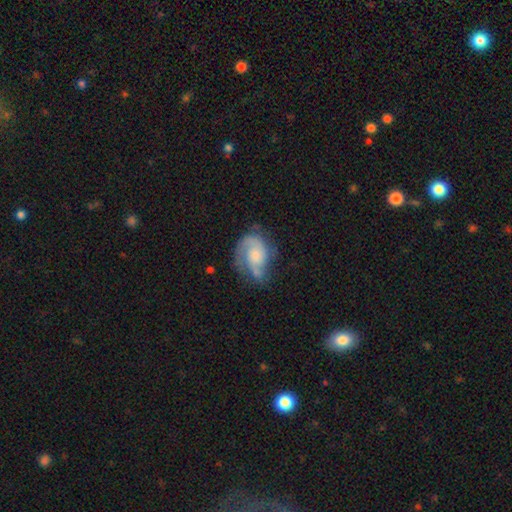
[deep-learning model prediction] Smooth or featured?
  - featured or disk: 70% *
  - smooth: 23%
  - star or artifact: 7%
Edge-on disk?
  - no: 98% *
  - yes: 2%
Bar?
  - no: 69% *
  - weak: 27%
  - strong: 4%
Spiral arms?
  - yes: 89% *
  - no: 11%
Spiral winding?
  - medium: 45% *
  - tight: 30%
  - loose: 25%
Spiral arm count?
  - 2: 56% *
  - 1: 19%
  - can't tell: 14%
  - 3: 7%
  - 4: 2%
  - more than 4: 2%
Bulge size?
  - moderate: 34% * (tied)
  - small: 34% * (tied)
  - none: 16%
  - large: 13%
  - dominant: 2%
Merging?
  - none: 48% *
  - minor disturbance: 27%
  - major disturbance: 21%
  - merger: 4%